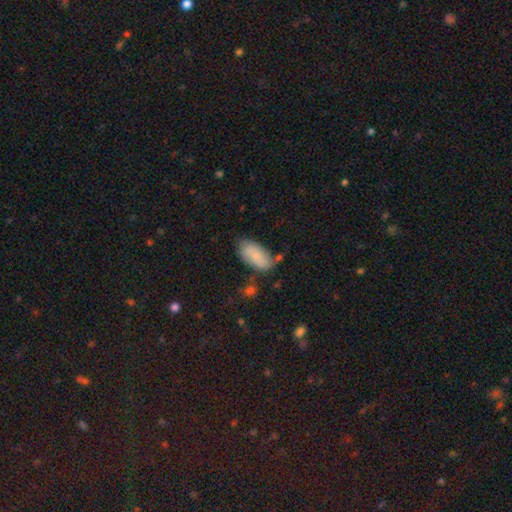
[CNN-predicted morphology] This is clearly a smooth galaxy (81%). How rounded: clearly in between (92%). Merging: likely none (66%).